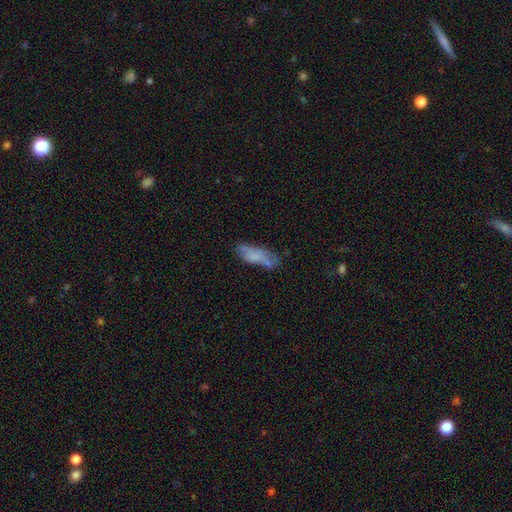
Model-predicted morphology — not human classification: A smooth galaxy with no disk features (61%) that is in between round and cigar-shaped (62%). Merging: none (50%).